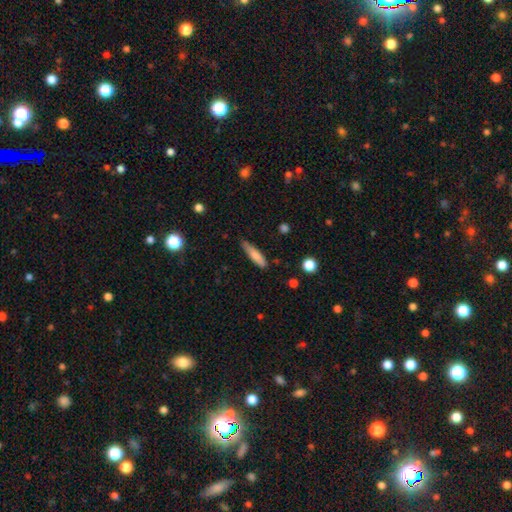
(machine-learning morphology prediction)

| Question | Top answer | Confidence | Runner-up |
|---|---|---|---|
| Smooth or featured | smooth | 77% | featured or disk (17%) |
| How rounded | cigar-shaped | 79% | in between (19%) |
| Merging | none | 71% | minor disturbance (23%) |